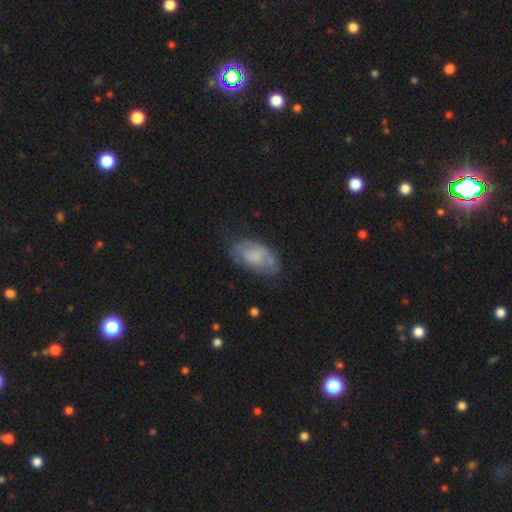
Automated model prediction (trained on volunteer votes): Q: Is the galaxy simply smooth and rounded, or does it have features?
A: smooth — 61%.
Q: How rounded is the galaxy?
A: in between — 93%.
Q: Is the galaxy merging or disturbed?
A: none — 54%.